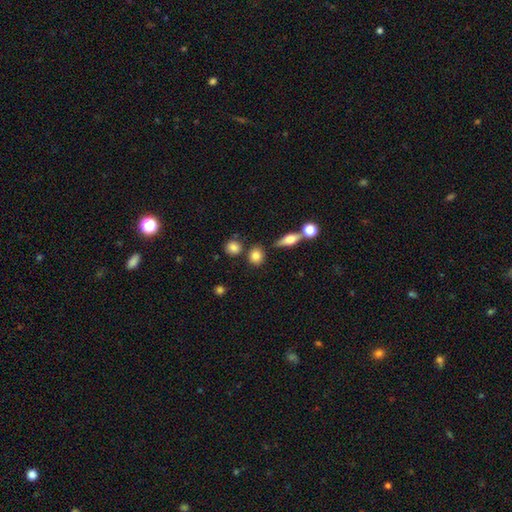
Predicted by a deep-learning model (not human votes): Smooth or featured?
  - smooth: 82% *
  - featured or disk: 9%
  - star or artifact: 9%
How rounded?
  - round: 75% *
  - in between: 22%
  - cigar-shaped: 3%
Merging?
  - none: 75% *
  - merger: 11%
  - minor disturbance: 10%
  - major disturbance: 3%